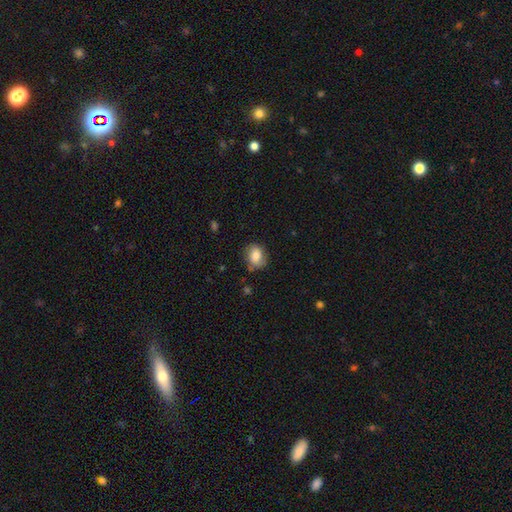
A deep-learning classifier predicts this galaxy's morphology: smooth_or_featured: smooth (p=0.78) [alt: featured or disk p=0.13]
how_rounded: in between (p=0.54) [alt: round p=0.45]
merging: none (p=0.72) [alt: minor disturbance p=0.21]